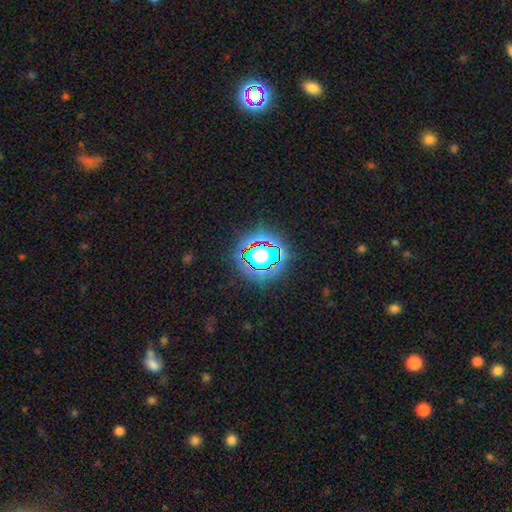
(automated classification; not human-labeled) Smooth or featured?
  - star or artifact: 63% *
  - smooth: 24%
  - featured or disk: 13%